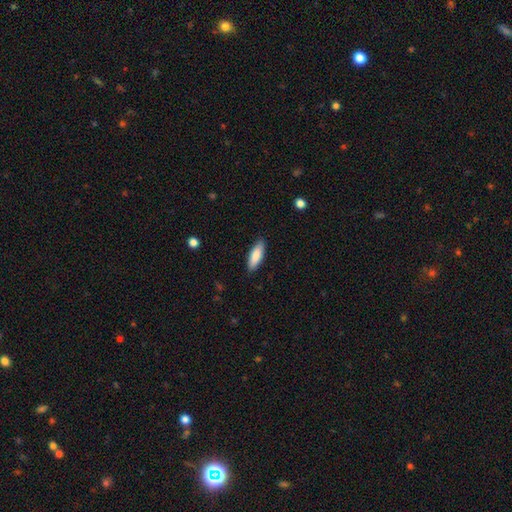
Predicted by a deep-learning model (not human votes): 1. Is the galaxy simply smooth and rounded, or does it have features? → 84% smooth, 10% featured or disk, 5% star or artifact.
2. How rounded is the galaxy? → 57% in between, 41% cigar-shaped, 2% round.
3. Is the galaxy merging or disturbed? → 87% none, 10% minor disturbance, 2% major disturbance, 1% merger.